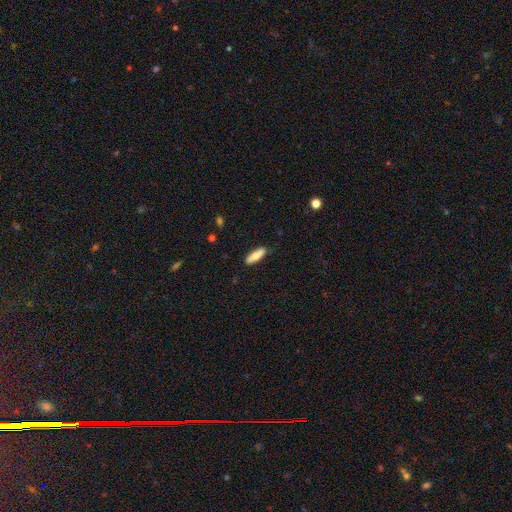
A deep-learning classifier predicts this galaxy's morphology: type=smooth (70%); roundness=cigar-shaped (53%); merging=none (83%).